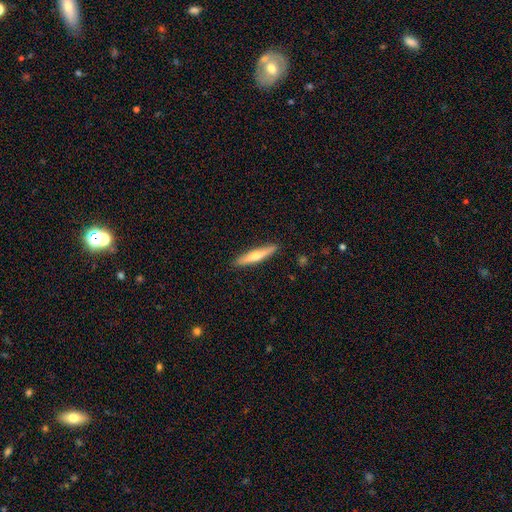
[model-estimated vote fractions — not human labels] Overall: featured or disk (47%, tied with smooth). Merging: none (91%).